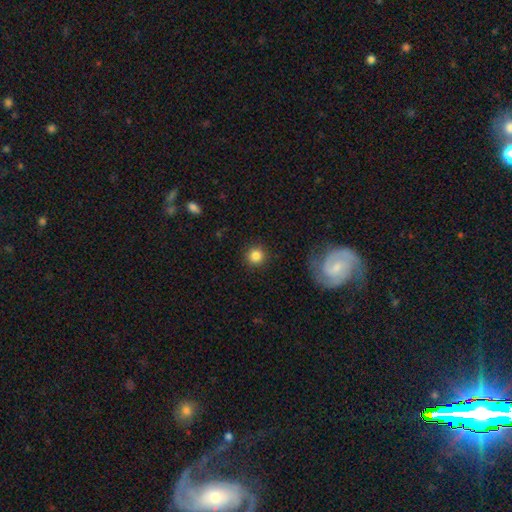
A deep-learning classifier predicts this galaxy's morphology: Smooth or featured? smooth (85%)
How rounded? round (94%)
Merging? none (90%)